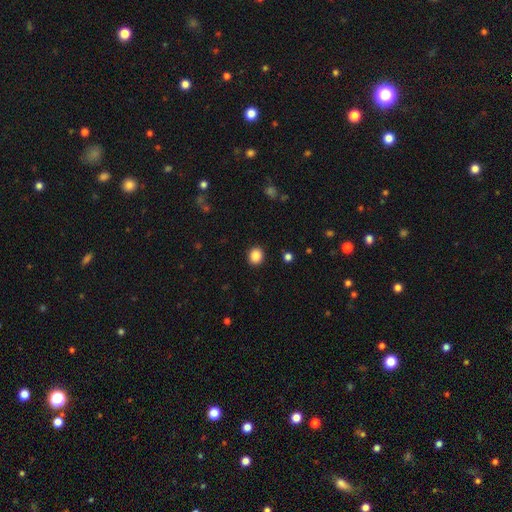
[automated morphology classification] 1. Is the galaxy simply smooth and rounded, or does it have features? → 88% smooth, 10% star or artifact, 3% featured or disk.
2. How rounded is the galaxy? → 73% round, 26% in between, 1% cigar-shaped.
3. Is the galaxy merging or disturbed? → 90% none, 6% minor disturbance, 2% major disturbance, 1% merger.